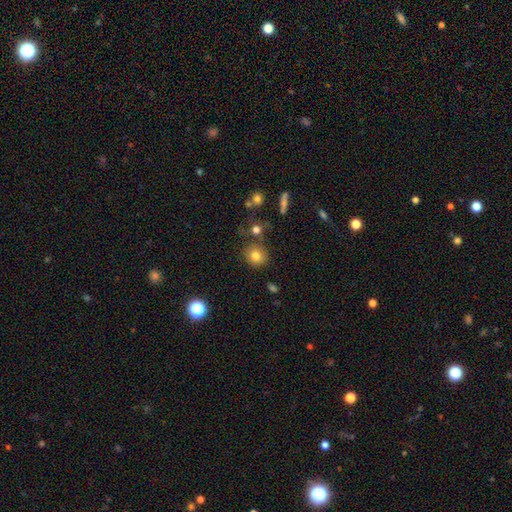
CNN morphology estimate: smooth-or-featured: smooth: 79% | star or artifact: 12% | featured or disk: 9%
  how-rounded: round: 86% | in between: 13% | cigar-shaped: 1%
  merging: none: 79% | minor disturbance: 10% | merger: 7% | major disturbance: 3%